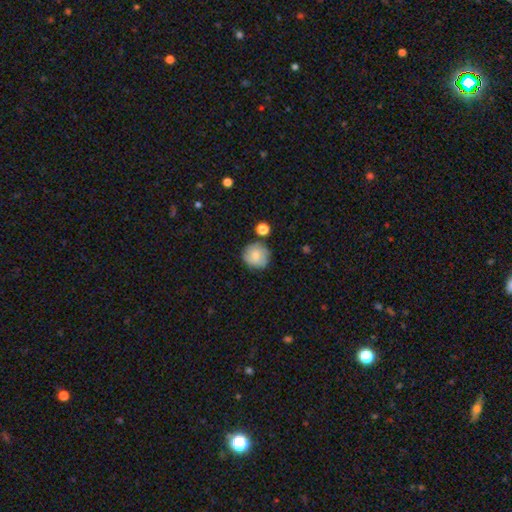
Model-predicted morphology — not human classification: type=smooth (76%); roundness=round (91%); merging=none (76%).